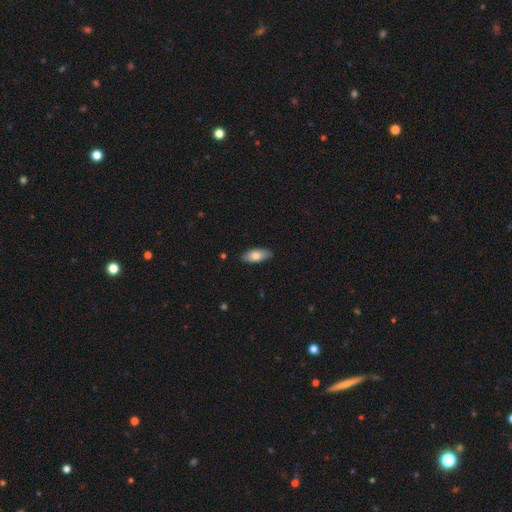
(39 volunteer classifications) Smooth or featured?
  - smooth: 77% *
  - featured or disk: 13%
  - star or artifact: 10%
How rounded?
  - in between: 90% *
  - cigar-shaped: 7%
  - round: 3%
Merging?
  - none: 91% *
  - major disturbance: 6%
  - minor disturbance: 3%
  - merger: 0%